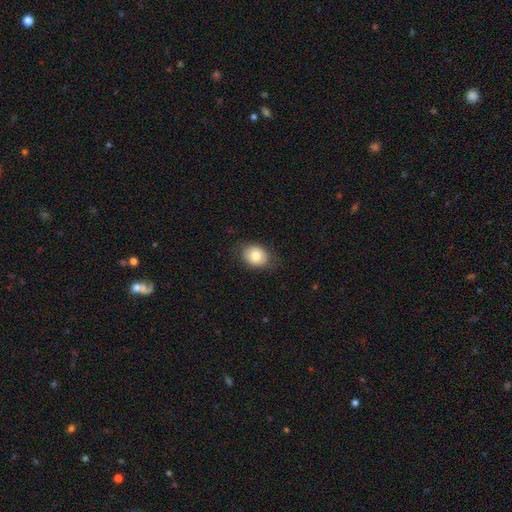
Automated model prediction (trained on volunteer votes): Smooth or featured: smooth — 78% (featured or disk — 14%)
How rounded: in between — 56% (round — 43%)
Merging: none — 81% (minor disturbance — 14%)